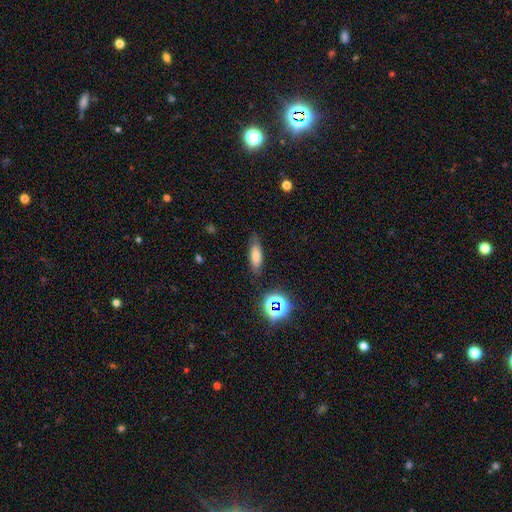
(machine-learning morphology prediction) type=smooth (70%); roundness=in between (53%); merging=none (80%).